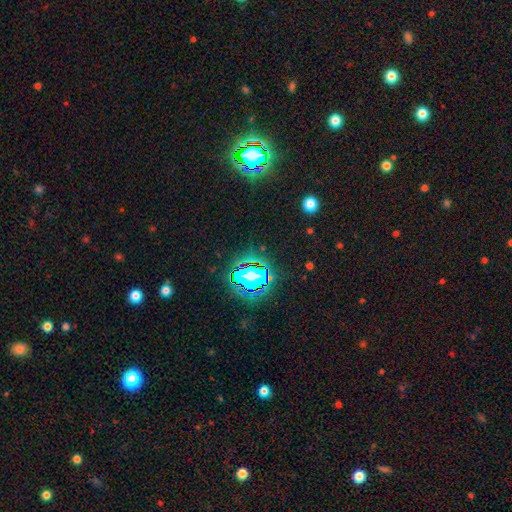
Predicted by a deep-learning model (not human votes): A star or artifact, not a galaxy (82%).